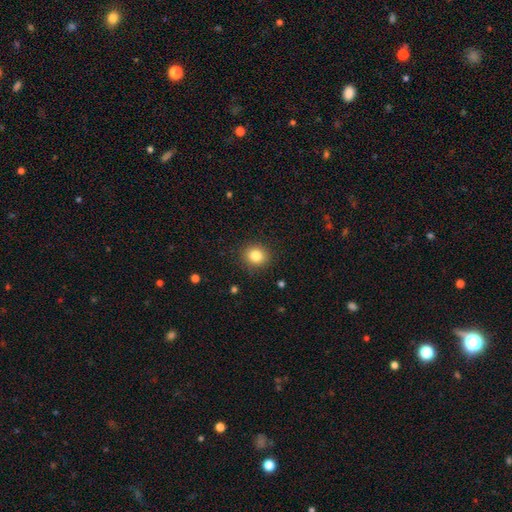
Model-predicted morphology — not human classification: A smooth galaxy with no disk features (83%) that is round (81%). Merging: none (89%).